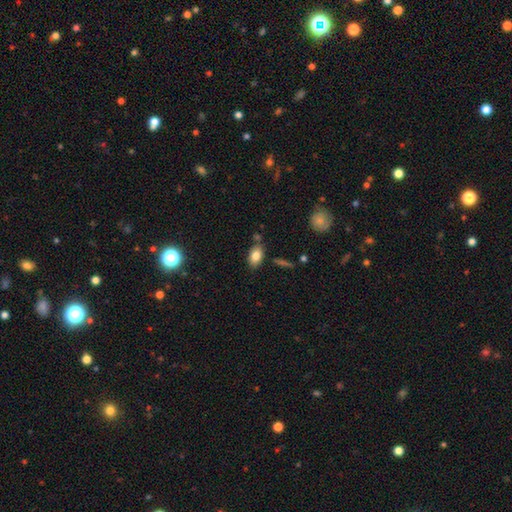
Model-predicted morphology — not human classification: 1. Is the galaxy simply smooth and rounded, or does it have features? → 82% smooth, 10% featured or disk, 8% star or artifact.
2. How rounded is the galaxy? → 88% in between, 9% round, 2% cigar-shaped.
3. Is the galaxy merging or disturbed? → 75% none, 14% minor disturbance, 8% merger, 3% major disturbance.